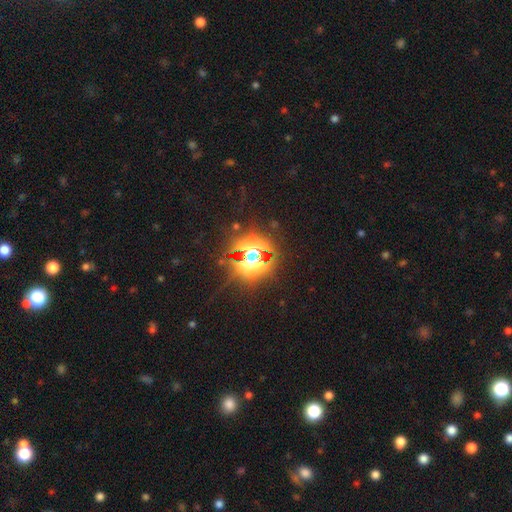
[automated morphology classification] Q: Smooth or featured?
A: star or artifact (82%); runner-up: smooth (11%)